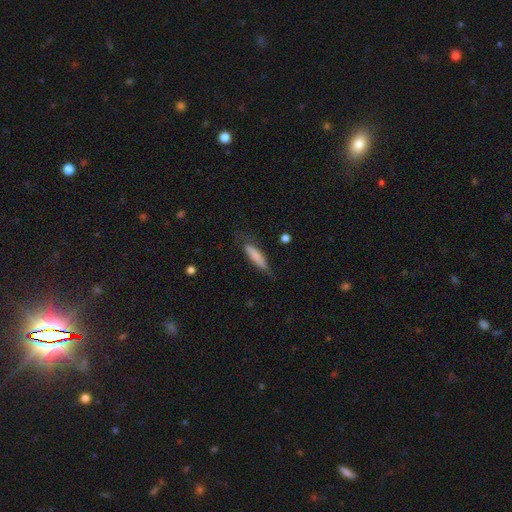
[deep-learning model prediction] Overall: smooth (75%). How rounded: cigar-shaped (74%). Merging: none (61%; minor disturbance 27%).